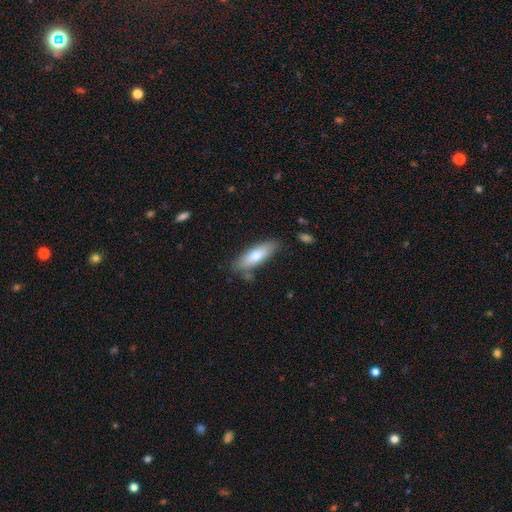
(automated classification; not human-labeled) smooth_or_featured: smooth (p=0.72) [alt: featured or disk p=0.22]
how_rounded: in between (p=0.52) [alt: cigar-shaped p=0.46]
merging: none (p=0.79) [alt: minor disturbance p=0.15]